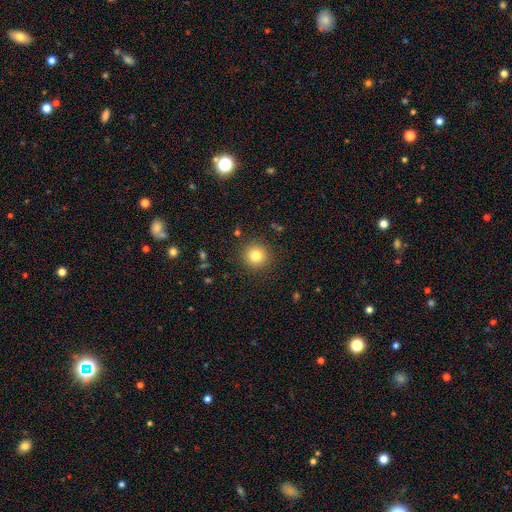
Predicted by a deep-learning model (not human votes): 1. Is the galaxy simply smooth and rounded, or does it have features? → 81% smooth, 12% star or artifact, 7% featured or disk.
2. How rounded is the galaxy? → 93% round, 6% in between, 1% cigar-shaped.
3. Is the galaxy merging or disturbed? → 90% none, 7% minor disturbance, 3% major disturbance, 1% merger.